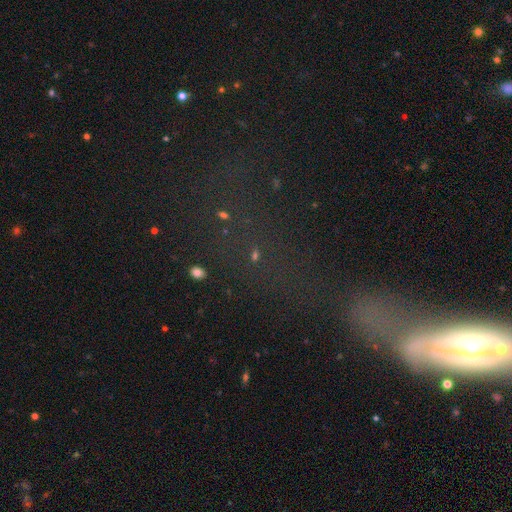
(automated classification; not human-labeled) smooth_or_featured: star or artifact (p=0.60) [alt: smooth p=0.27]